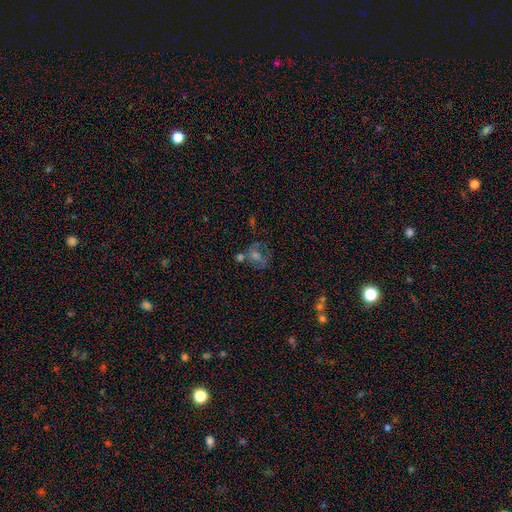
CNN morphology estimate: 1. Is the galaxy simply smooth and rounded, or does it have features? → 43% featured or disk, 29% smooth, 28% star or artifact.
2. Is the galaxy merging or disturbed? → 50% none, 17% merger, 17% minor disturbance, 15% major disturbance.